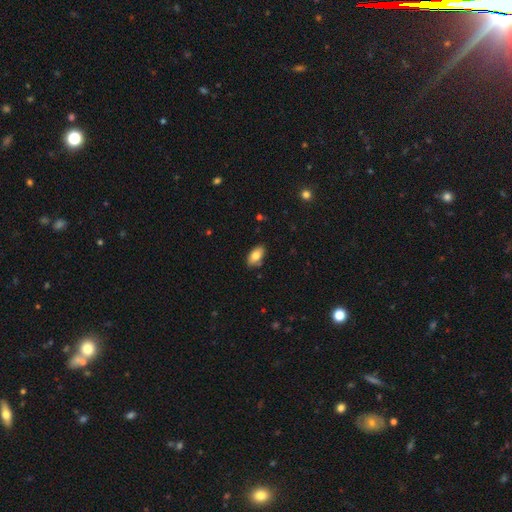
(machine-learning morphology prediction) The model was most divided on "smooth or featured": smooth: 80%, featured or disk: 12%, star or artifact: 7%. More confident: how rounded — in between (93%); merging — none (83%).